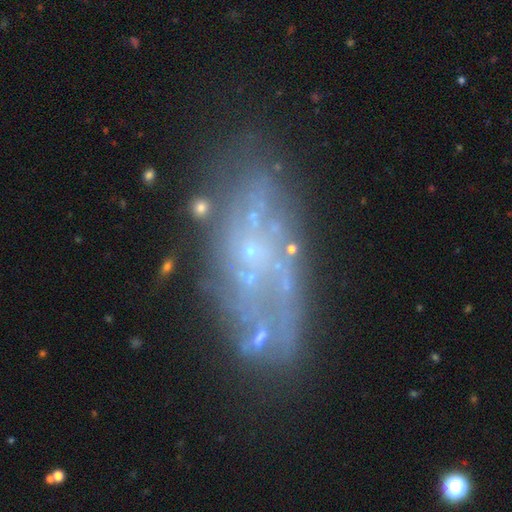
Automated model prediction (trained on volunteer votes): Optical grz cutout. It shows a featured or disk galaxy (65%) with no bar (87%), no spiral arms (66%) and a small central bulge (49%). Merging: none (60%).